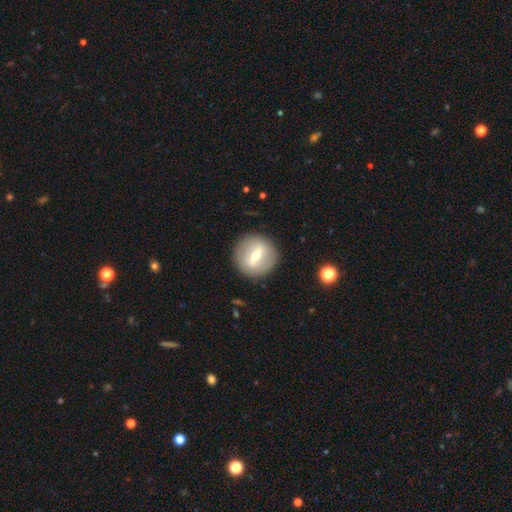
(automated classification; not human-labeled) Smooth or featured? featured or disk (61%)
Edge-on disk? no (86%)
Bar? strong (54%)
Spiral arms? no (71%)
Bulge size? moderate (66%)
Merging? none (87%)